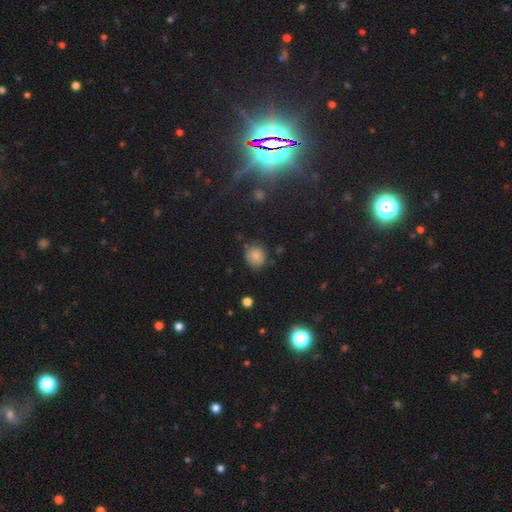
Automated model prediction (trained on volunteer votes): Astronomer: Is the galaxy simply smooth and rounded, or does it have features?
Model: smooth — 82%.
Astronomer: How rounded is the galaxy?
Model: round — 84%.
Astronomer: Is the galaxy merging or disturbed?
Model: none — 78%.